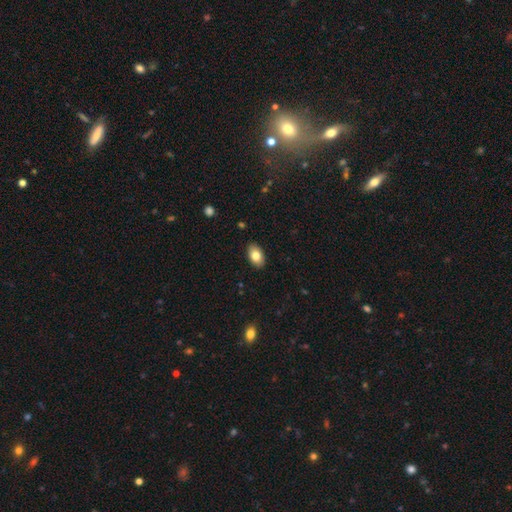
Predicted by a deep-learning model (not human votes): This is clearly a smooth galaxy (81%). How rounded: clearly in between (90%). Merging: clearly none (89%).